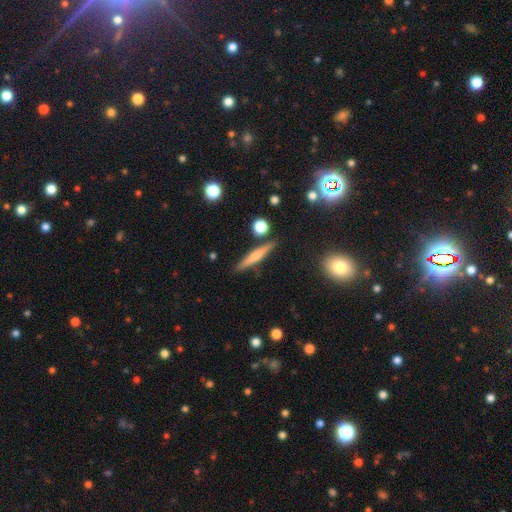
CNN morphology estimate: A smooth galaxy with no disk features (51%) that is cigar-shaped (89%). Merging: none (86%).